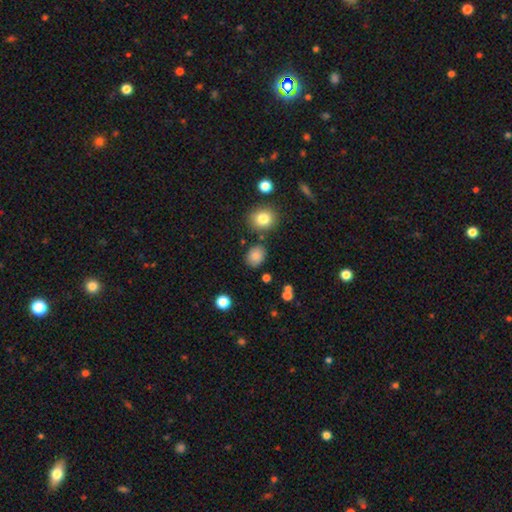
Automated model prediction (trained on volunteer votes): Q: Smooth or featured?
A: smooth (85%); runner-up: star or artifact (11%)
Q: How rounded?
A: in between (52%); runner-up: round (47%)
Q: Merging?
A: none (80%); runner-up: minor disturbance (12%)